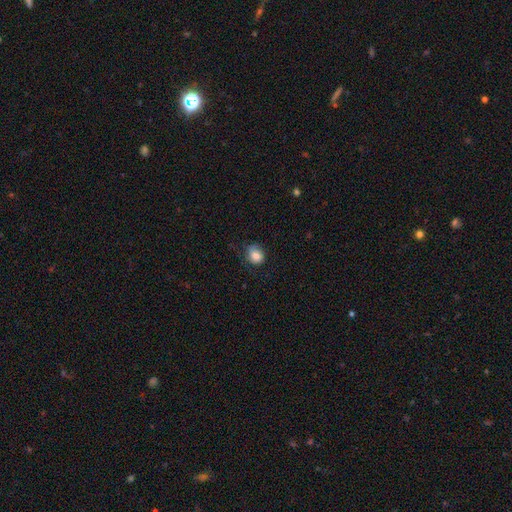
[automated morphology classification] A smooth galaxy with no disk features (80%) that is round (68%). Merging: none (64%).